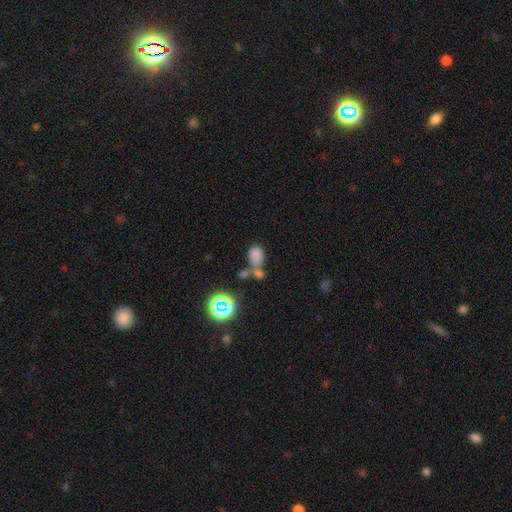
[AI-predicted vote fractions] smooth-or-featured: smooth: 74% | star or artifact: 17% | featured or disk: 9%
  how-rounded: in between: 79% | round: 19% | cigar-shaped: 2%
  merging: merger: 50% | none: 33% | minor disturbance: 11% | major disturbance: 7%